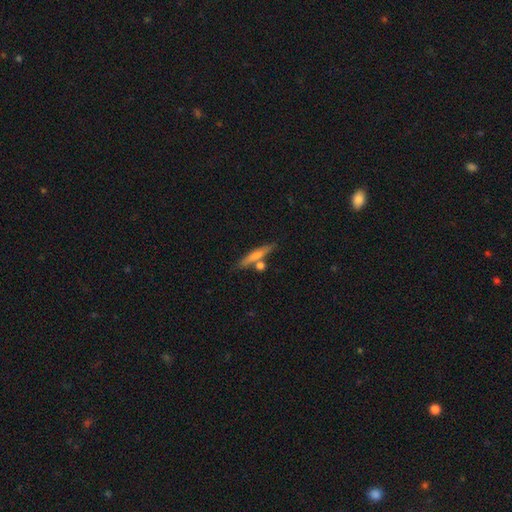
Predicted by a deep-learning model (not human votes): Smooth or featured? smooth (56%)
How rounded? cigar-shaped (89%)
Merging? none (73%)